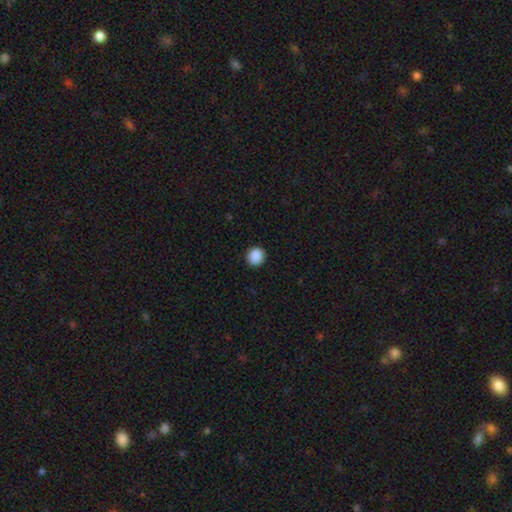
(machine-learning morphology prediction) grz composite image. It shows a smooth galaxy with no disk features (89%) that is round (88%). Merging: none (91%).